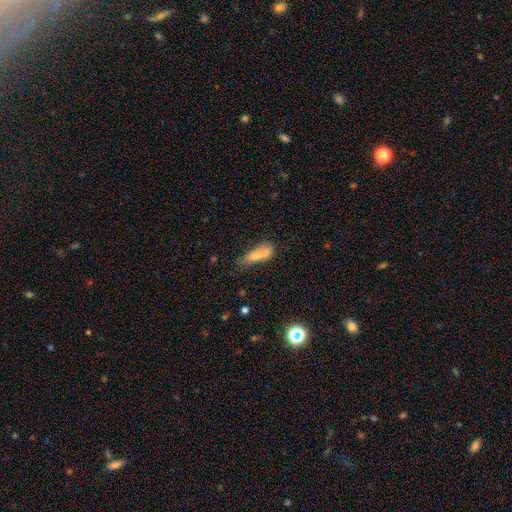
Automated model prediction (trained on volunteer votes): Smooth or featured?
  - smooth: 61% *
  - featured or disk: 28%
  - star or artifact: 11%
How rounded?
  - in between: 56% *
  - cigar-shaped: 32%
  - round: 12%
Merging?
  - merger: 55% *
  - none: 23%
  - minor disturbance: 13%
  - major disturbance: 9%